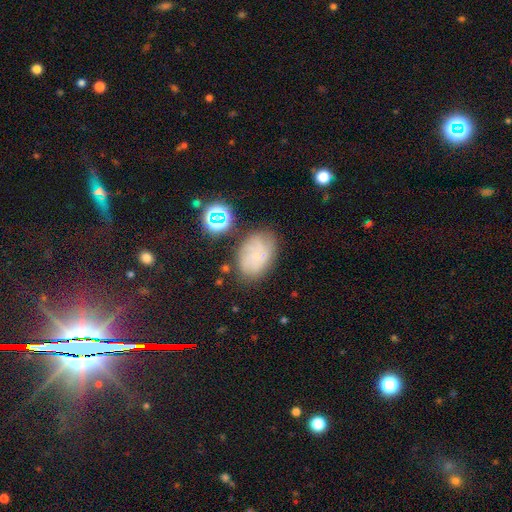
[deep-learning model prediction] This is marginally a featured or disk galaxy (41%, tied with smooth). Merging: likely none (62%).